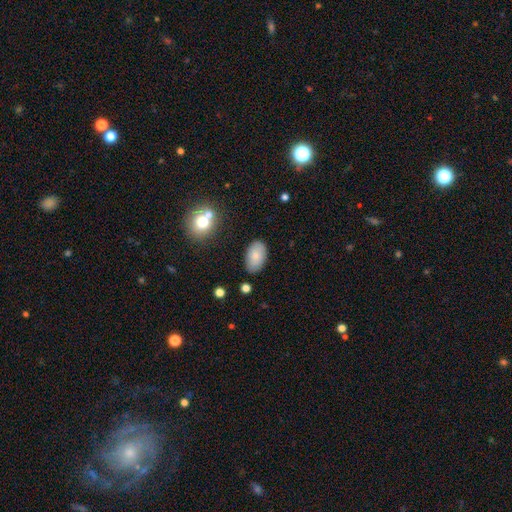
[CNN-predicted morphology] The model was most divided on "smooth or featured": smooth: 80%, featured or disk: 13%, star or artifact: 7%. More confident: how rounded — in between (93%); merging — none (82%).